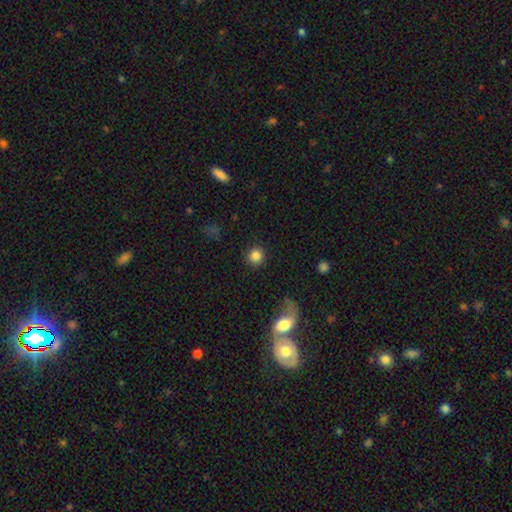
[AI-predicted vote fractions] Smooth or featured?
  - smooth: 84% *
  - star or artifact: 10%
  - featured or disk: 6%
How rounded?
  - round: 93% *
  - in between: 6%
  - cigar-shaped: 1%
Merging?
  - none: 90% *
  - minor disturbance: 6%
  - major disturbance: 3%
  - merger: 2%